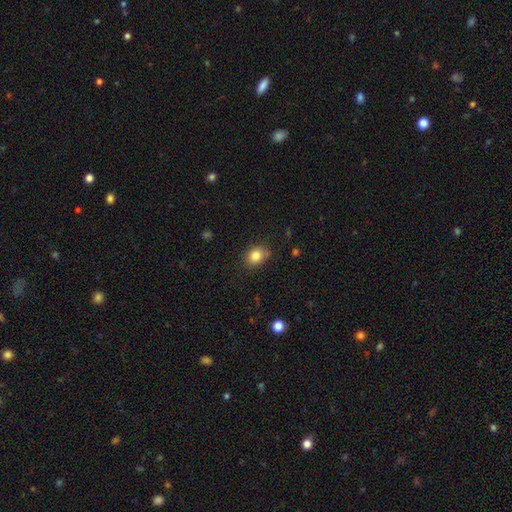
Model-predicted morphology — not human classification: The model was most divided on "how rounded": in between: 54%, round: 45%, cigar-shaped: 1%. More confident: smooth or featured — smooth (83%); merging — none (77%).